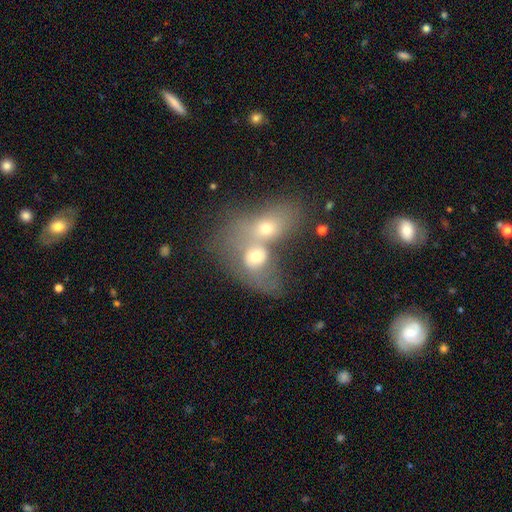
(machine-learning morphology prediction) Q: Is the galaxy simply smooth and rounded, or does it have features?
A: smooth — 53%.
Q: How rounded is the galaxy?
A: in between — 63%.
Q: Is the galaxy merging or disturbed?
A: merger — 79%.